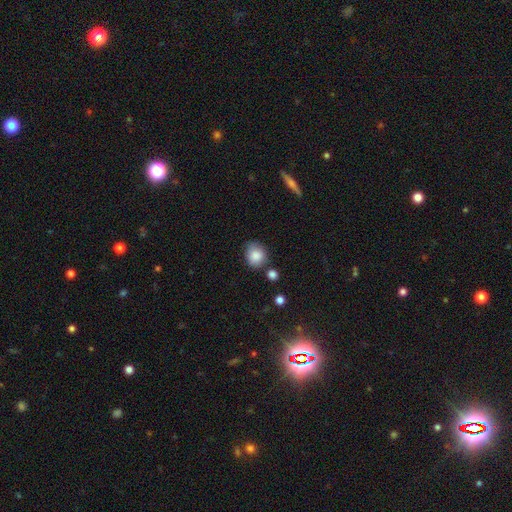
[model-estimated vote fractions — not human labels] Morphology: type=smooth (85%); roundness=round (68%); merging=none (65%).